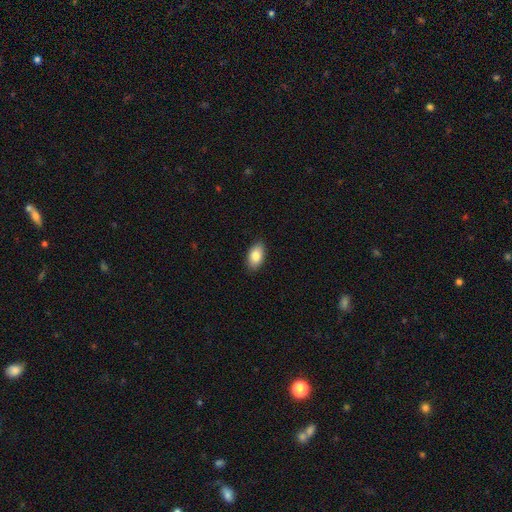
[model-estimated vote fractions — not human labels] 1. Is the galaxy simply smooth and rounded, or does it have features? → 85% smooth, 8% featured or disk, 7% star or artifact.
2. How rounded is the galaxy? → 93% in between, 5% round, 2% cigar-shaped.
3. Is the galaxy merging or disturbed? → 88% none, 10% minor disturbance, 2% major disturbance, 1% merger.